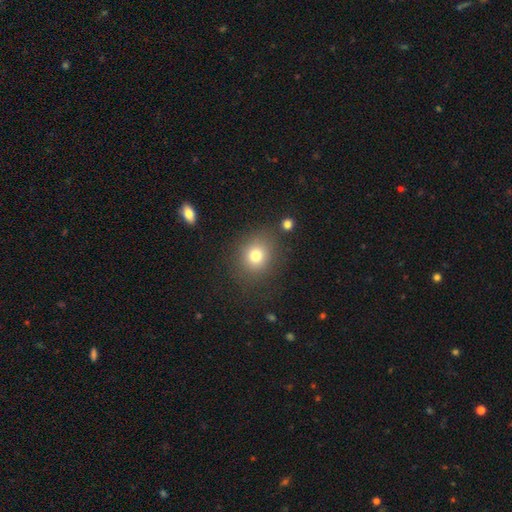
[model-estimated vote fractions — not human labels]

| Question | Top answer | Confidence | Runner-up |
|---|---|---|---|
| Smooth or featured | smooth | 77% | star or artifact (14%) |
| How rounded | round | 73% | in between (26%) |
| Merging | none | 79% | minor disturbance (12%) |